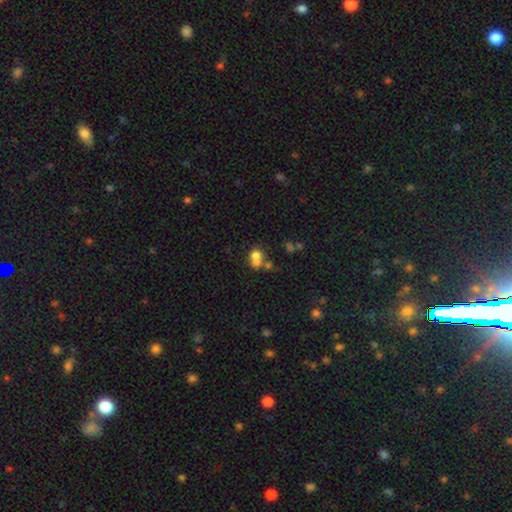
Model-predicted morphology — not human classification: Q: Smooth or featured?
A: smooth (67%); runner-up: featured or disk (20%)
Q: How rounded?
A: round (66%); runner-up: in between (33%)
Q: Merging?
A: merger (57%); runner-up: none (30%)